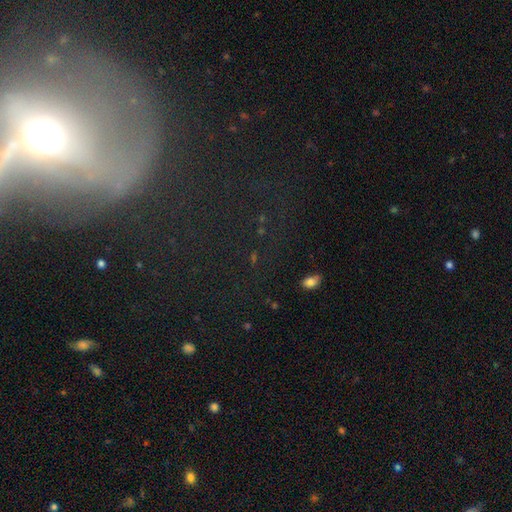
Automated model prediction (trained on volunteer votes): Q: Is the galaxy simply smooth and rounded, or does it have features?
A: star or artifact — 42%.